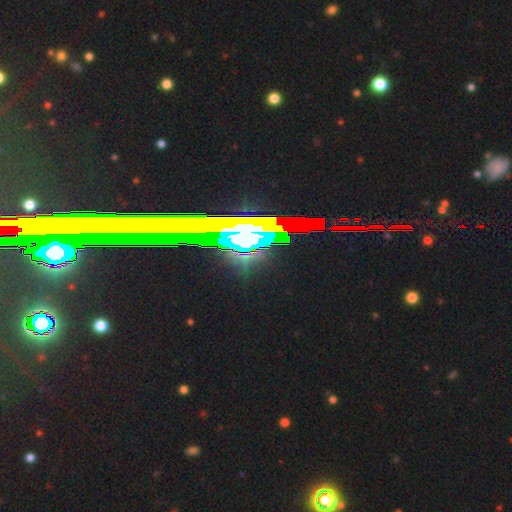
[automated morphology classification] Overall: star or artifact (69%).